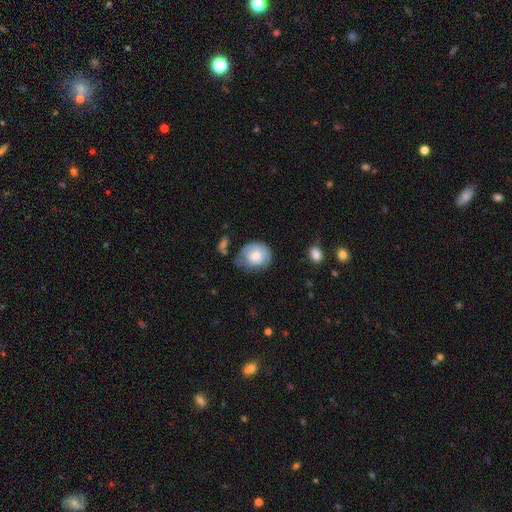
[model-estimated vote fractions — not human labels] Smooth or featured? Predicted: smooth (p=0.66). How rounded? Predicted: round (p=0.65). Merging? Predicted: none (p=0.46).